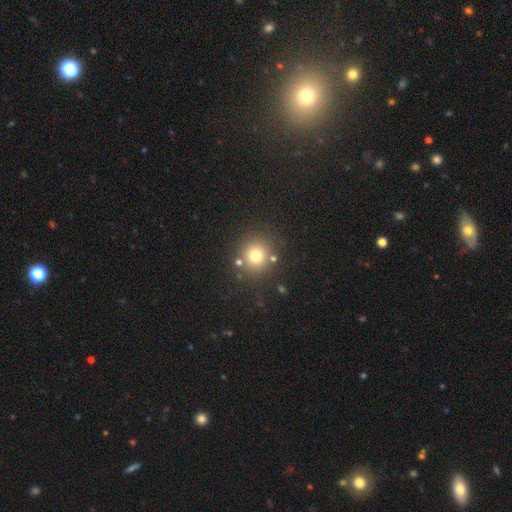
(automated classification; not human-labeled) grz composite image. It shows a smooth galaxy with no disk features (75%) that is round (90%). Merging: none (81%).